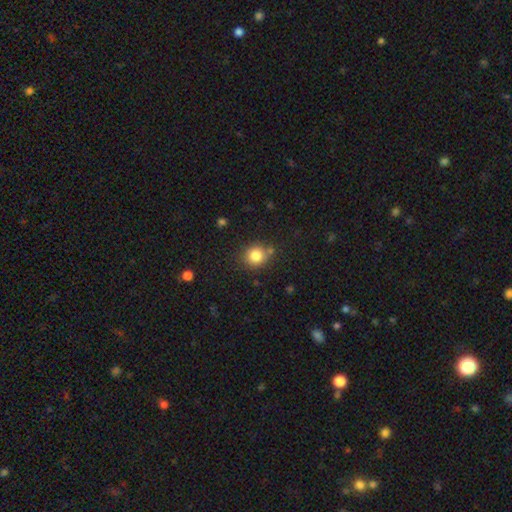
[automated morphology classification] Smooth or featured? Predicted: smooth (p=0.82). How rounded? Predicted: round (p=0.83). Merging? Predicted: none (p=0.77).